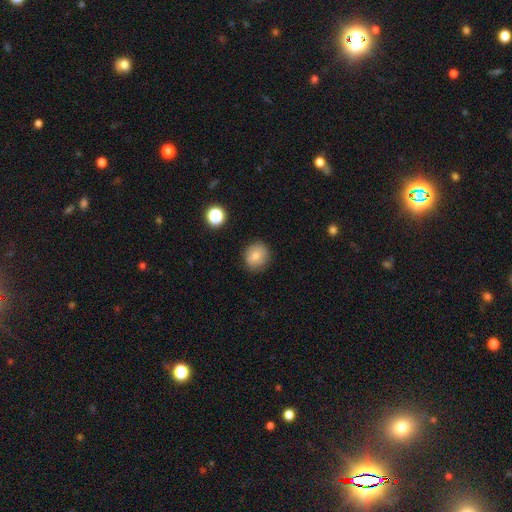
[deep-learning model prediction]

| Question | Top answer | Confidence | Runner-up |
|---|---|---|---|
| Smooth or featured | smooth | 78% | featured or disk (11%) |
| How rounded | round | 82% | in between (17%) |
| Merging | none | 83% | minor disturbance (12%) |